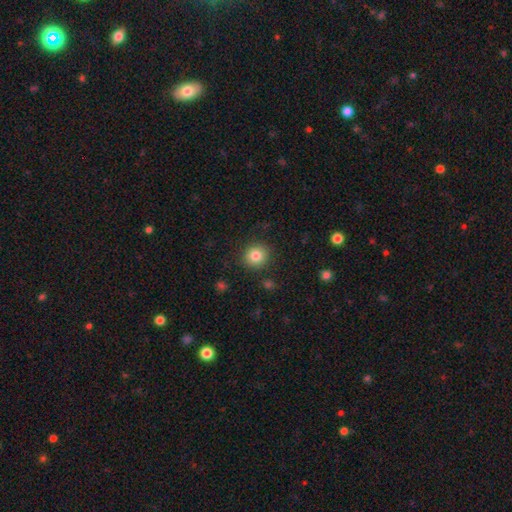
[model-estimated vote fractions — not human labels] smooth 83%, star or artifact 11%, featured or disk 7%. Down the decision tree: how rounded — round (90%); merging — none (89%).